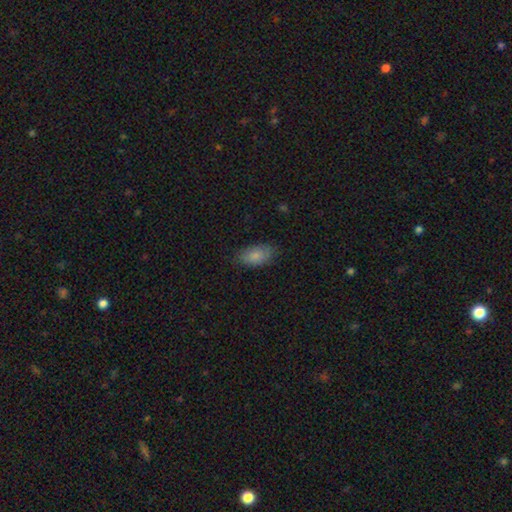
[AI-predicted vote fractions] smooth-or-featured: smooth: 85% | featured or disk: 8% | star or artifact: 7%
  how-rounded: in between: 92% | round: 5% | cigar-shaped: 3%
  merging: none: 79% | minor disturbance: 17% | major disturbance: 3% | merger: 1%